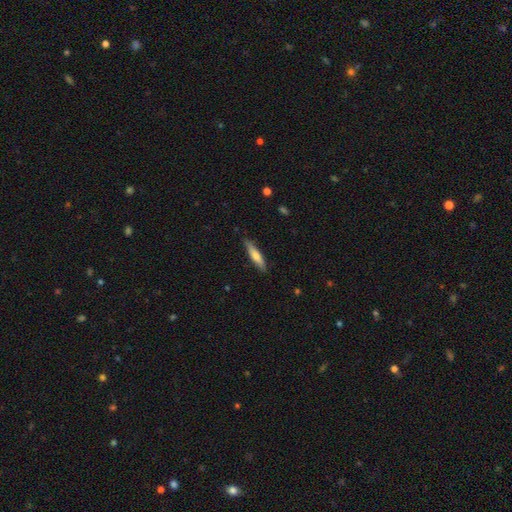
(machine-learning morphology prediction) A smooth galaxy with no disk features (63%) that is cigar-shaped (86%). Merging: none (87%).